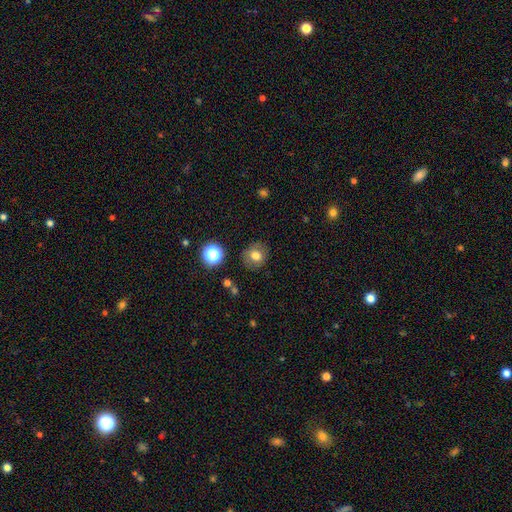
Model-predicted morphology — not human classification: type=smooth (75%); roundness=round (82%); merging=none (84%).